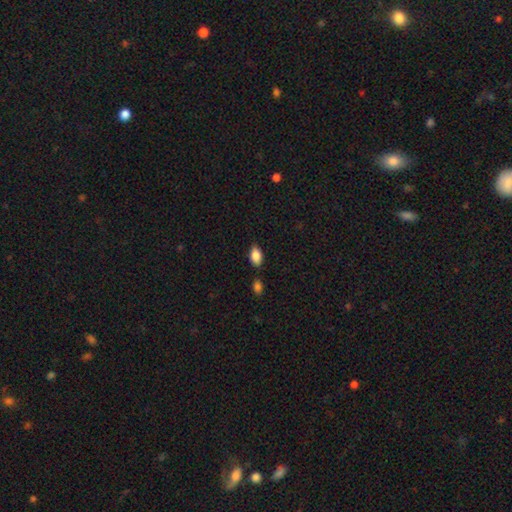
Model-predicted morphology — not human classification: This appears to be a smooth galaxy with no disk features (85%) that is in between round and cigar-shaped (91%). Merging: none (79%).